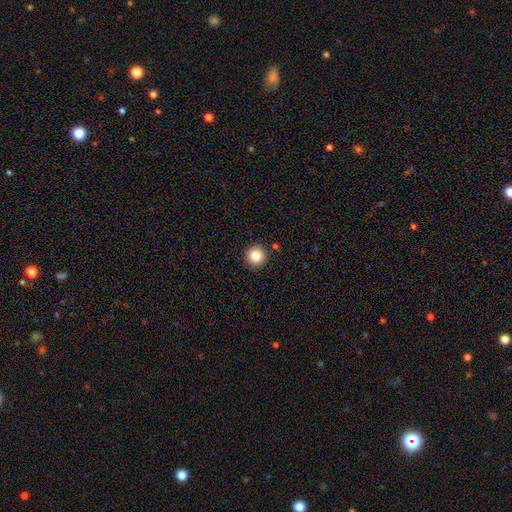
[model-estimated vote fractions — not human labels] Q: Smooth or featured?
A: smooth (84%); runner-up: star or artifact (10%)
Q: How rounded?
A: round (96%); runner-up: in between (3%)
Q: Merging?
A: none (90%); runner-up: minor disturbance (6%)